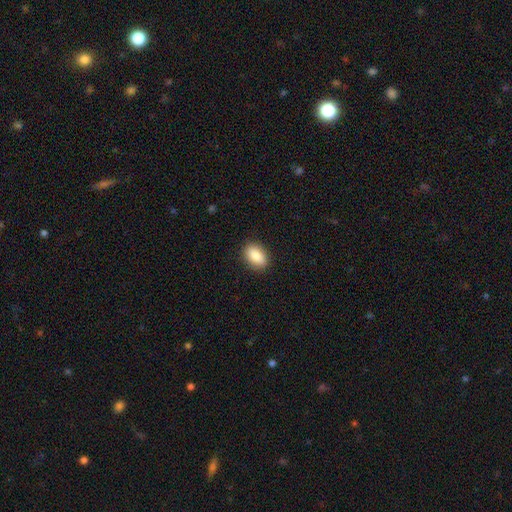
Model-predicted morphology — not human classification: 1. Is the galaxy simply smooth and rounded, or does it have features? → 87% smooth, 7% star or artifact, 6% featured or disk.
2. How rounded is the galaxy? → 86% in between, 12% round, 2% cigar-shaped.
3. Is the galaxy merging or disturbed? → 89% none, 8% minor disturbance, 2% major disturbance, 1% merger.